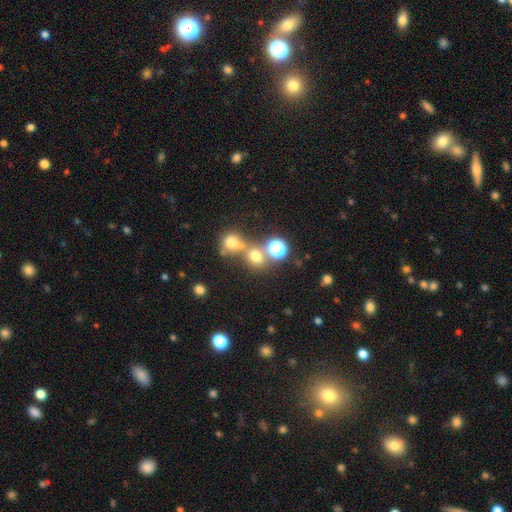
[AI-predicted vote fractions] Smooth or featured?
  - smooth: 64% *
  - star or artifact: 25%
  - featured or disk: 11%
How rounded?
  - round: 75% *
  - in between: 24%
  - cigar-shaped: 1%
Merging?
  - none: 52% *
  - merger: 34%
  - minor disturbance: 9%
  - major disturbance: 5%